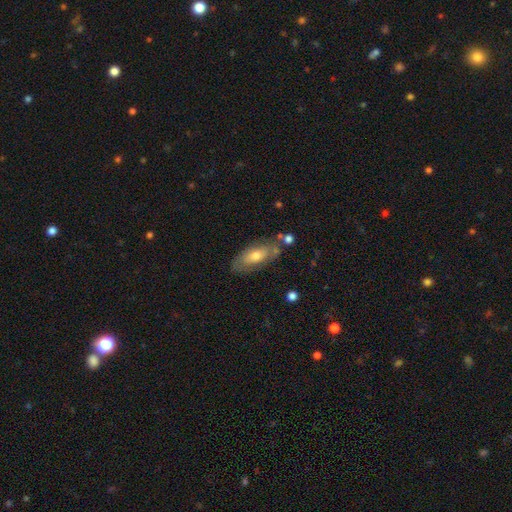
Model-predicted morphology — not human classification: This is possibly a smooth galaxy (59%). How rounded: clearly in between (80%). Merging: likely none (70%).